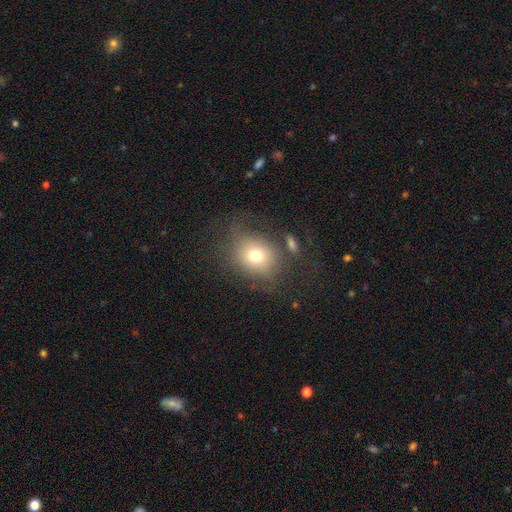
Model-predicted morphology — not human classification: The model was most divided on "how rounded": round: 62%, in between: 36%, cigar-shaped: 1%. More confident: smooth or featured — smooth (70%); merging — none (62%).